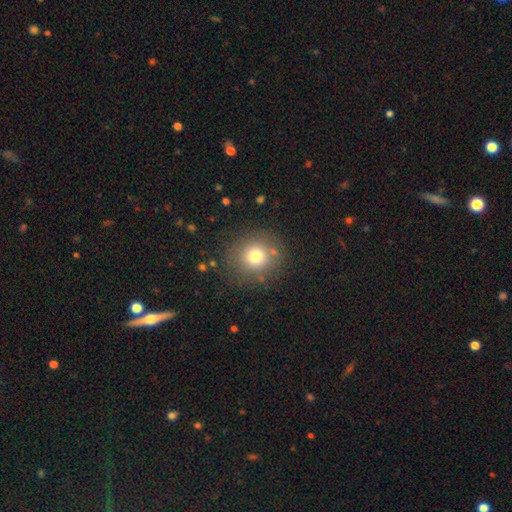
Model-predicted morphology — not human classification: This appears to be a smooth galaxy with no disk features (75%) that is round (90%). Merging: none (84%).